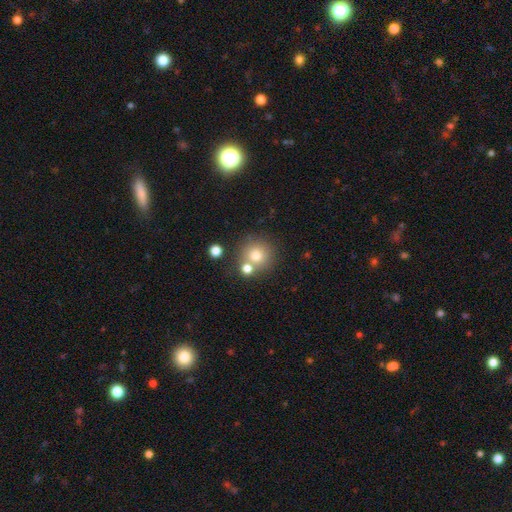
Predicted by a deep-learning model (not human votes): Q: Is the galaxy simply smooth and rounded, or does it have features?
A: smooth — 75%.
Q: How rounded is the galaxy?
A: round — 92%.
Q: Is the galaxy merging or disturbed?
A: none — 65%.